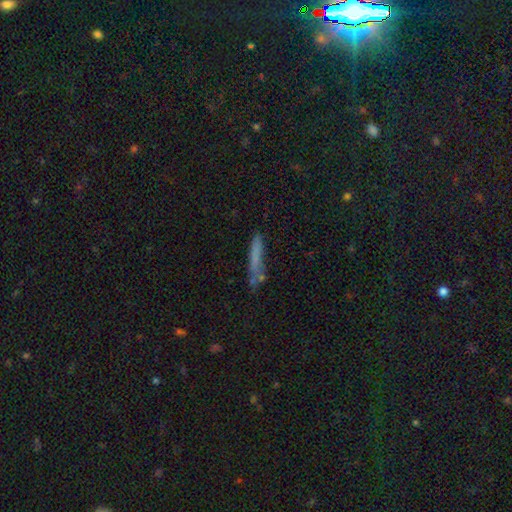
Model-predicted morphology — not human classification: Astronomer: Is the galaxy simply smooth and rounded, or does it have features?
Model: smooth — 66%.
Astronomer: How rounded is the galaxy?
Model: cigar-shaped — 92%.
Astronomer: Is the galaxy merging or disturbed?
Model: none — 65%.